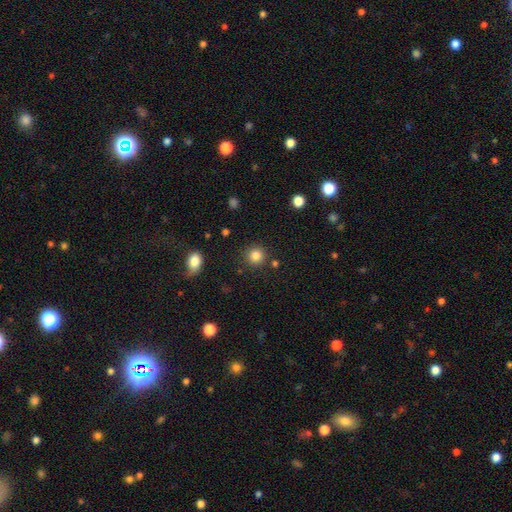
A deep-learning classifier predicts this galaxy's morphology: This is clearly a smooth galaxy (84%). How rounded: clearly round (92%). Merging: clearly none (87%).